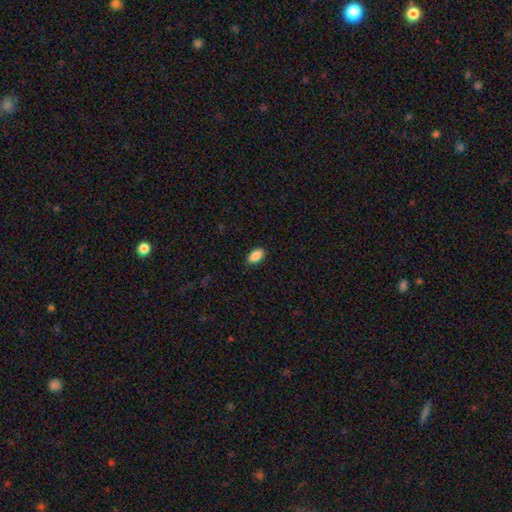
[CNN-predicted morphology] Q: Smooth or featured?
A: smooth (89%); runner-up: star or artifact (7%)
Q: How rounded?
A: in between (93%); runner-up: round (4%)
Q: Merging?
A: none (87%); runner-up: minor disturbance (10%)